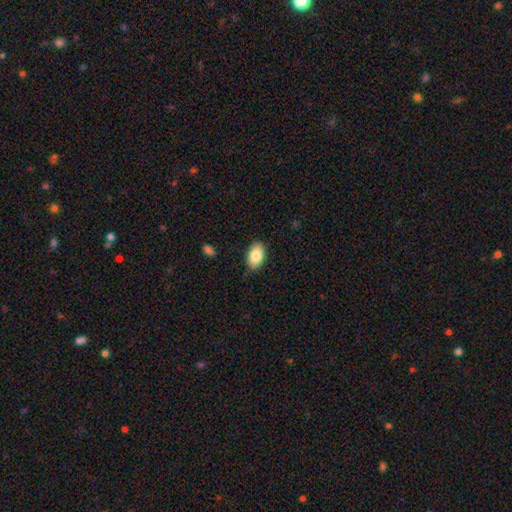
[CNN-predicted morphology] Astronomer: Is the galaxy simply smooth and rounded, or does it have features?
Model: smooth — 84%.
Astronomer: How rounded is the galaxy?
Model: in between — 93%.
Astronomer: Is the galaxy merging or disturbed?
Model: none — 86%.